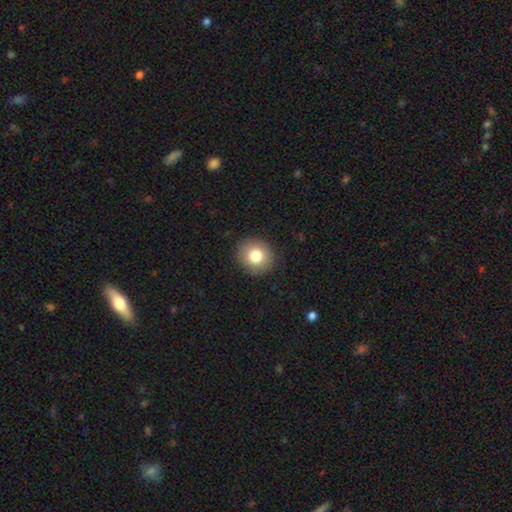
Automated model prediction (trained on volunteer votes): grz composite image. It shows a smooth galaxy with no disk features (80%) that is round (83%). Merging: none (90%).